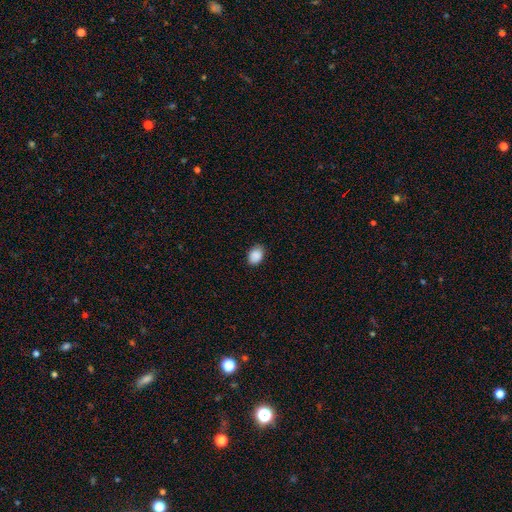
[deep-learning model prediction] This is clearly a smooth galaxy (90%). How rounded: likely in between (77%). Merging: clearly none (86%).